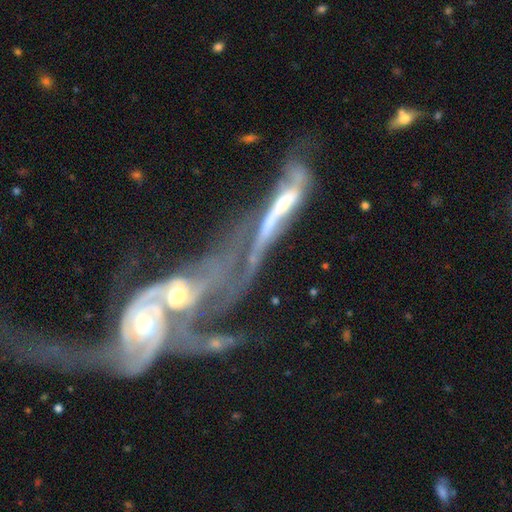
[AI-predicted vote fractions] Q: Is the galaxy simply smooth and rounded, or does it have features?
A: featured or disk — 79%.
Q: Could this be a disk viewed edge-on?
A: no — 76%.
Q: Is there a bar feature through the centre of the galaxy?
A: no — 59%.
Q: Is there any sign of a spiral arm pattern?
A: yes — 73%.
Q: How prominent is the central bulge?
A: moderate — 46%.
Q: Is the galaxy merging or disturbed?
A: merger — 76%.